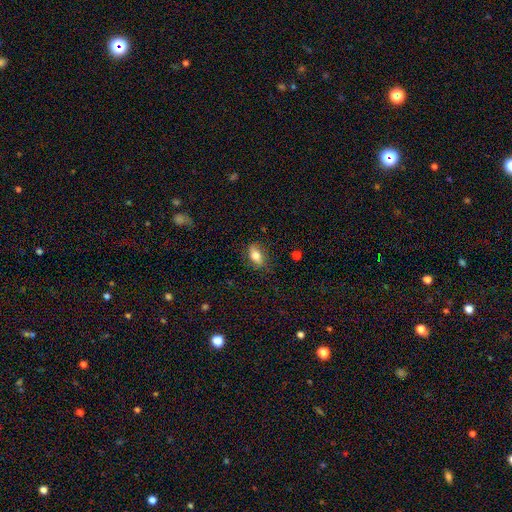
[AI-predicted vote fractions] A smooth galaxy with no disk features (74%) that is in between round and cigar-shaped (84%). Merging: none (77%).